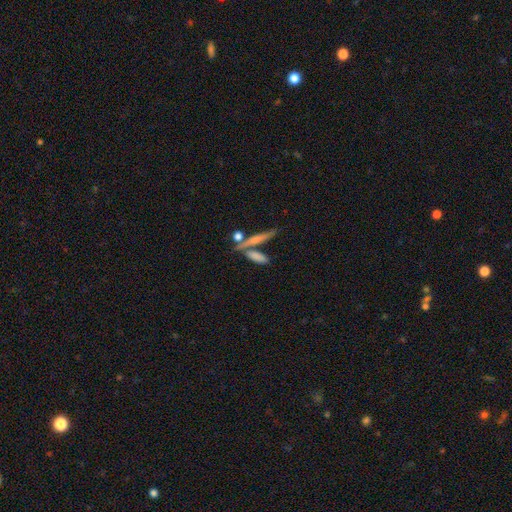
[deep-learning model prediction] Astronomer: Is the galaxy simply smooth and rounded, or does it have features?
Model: smooth — 62%.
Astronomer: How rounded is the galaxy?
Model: cigar-shaped — 72%.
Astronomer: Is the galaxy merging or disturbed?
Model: none — 54% (runner-up: merger, 31%).